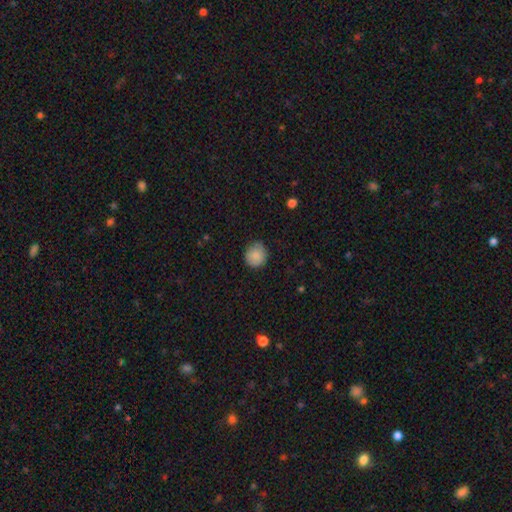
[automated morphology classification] smooth 87%, star or artifact 8%, featured or disk 5%. Down the decision tree: how rounded — round (84%); merging — none (76%).